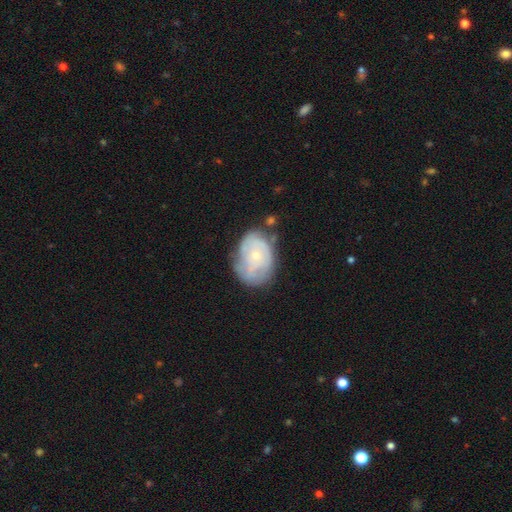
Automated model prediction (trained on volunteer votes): This is possibly a featured or disk galaxy (58%). It is clearly not viewed edge-on (97%). Bar: clearly no (83%). Spiral arm pattern: likely yes (63%). Central bulge: likely small (74%). Merging: possibly none (56%).